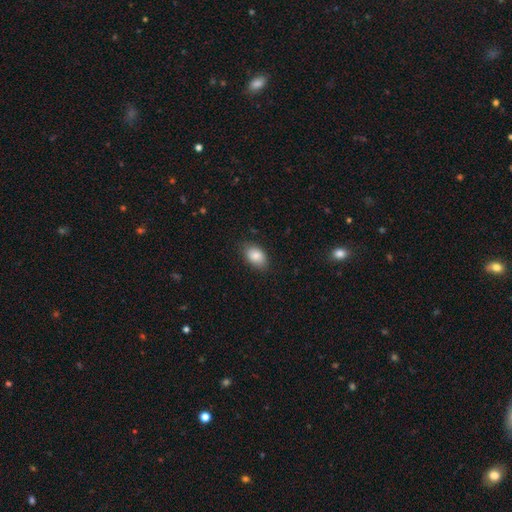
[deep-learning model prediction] A smooth galaxy with no disk features (86%) that is in between round and cigar-shaped (87%).

Vote fractions:
- Smooth or featured? smooth: 86% / star or artifact: 7% / featured or disk: 7%
- How rounded? in between: 87% / round: 11% / cigar-shaped: 1%
- Merging? none: 80% / minor disturbance: 15% / major disturbance: 3% / merger: 1%